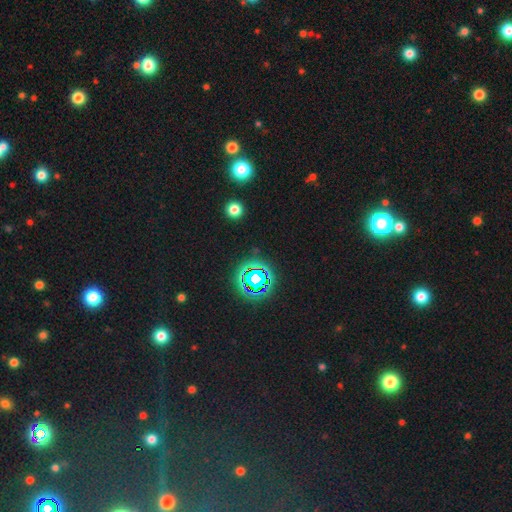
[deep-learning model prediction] smooth_or_featured: star or artifact (p=0.77) [alt: smooth p=0.15]